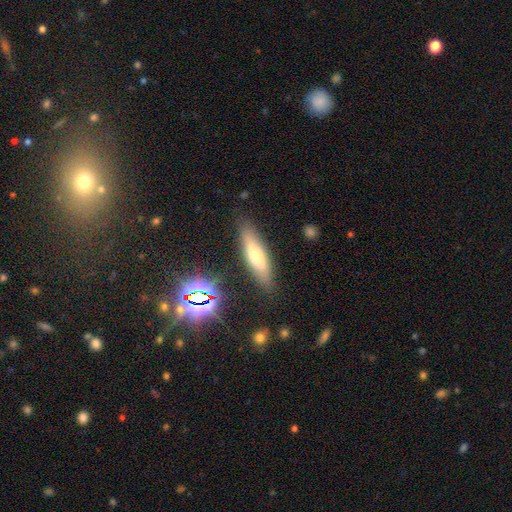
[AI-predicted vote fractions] Smooth or featured: smooth — 50% (featured or disk — 37%)
Merging: none — 84% (minor disturbance — 11%)